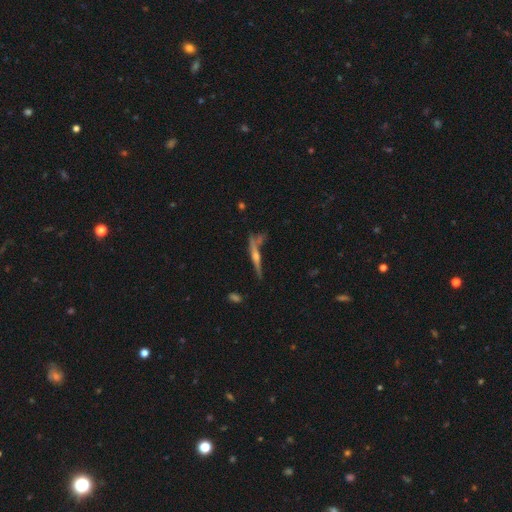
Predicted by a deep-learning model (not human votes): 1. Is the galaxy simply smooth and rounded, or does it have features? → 70% featured or disk, 20% smooth, 10% star or artifact.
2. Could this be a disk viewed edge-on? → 93% yes, 7% no.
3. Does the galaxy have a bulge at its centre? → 81% rounded, 12% none, 7% boxy.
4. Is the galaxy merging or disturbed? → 61% none, 20% minor disturbance, 10% merger, 10% major disturbance.